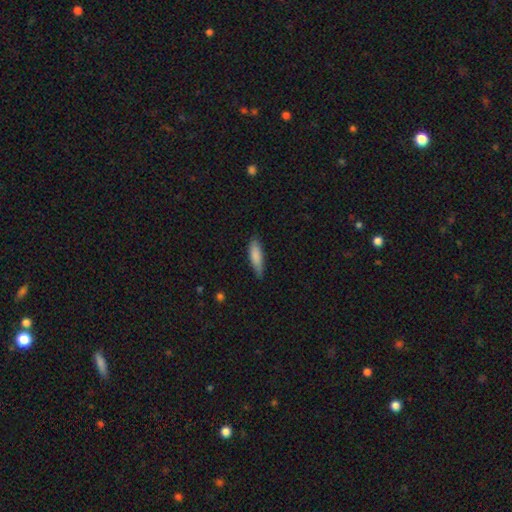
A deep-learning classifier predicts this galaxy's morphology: Q: Smooth or featured?
A: smooth (82%); runner-up: featured or disk (12%)
Q: How rounded?
A: cigar-shaped (60%); runner-up: in between (38%)
Q: Merging?
A: none (73%); runner-up: minor disturbance (22%)